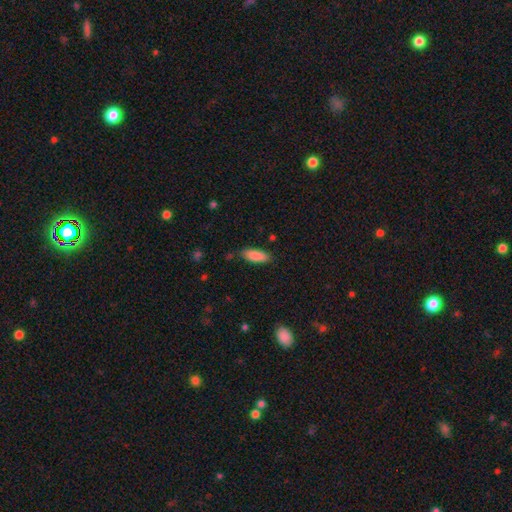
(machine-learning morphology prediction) smooth_or_featured: smooth (p=0.88) [alt: star or artifact p=0.06]
how_rounded: in between (p=0.72) [alt: cigar-shaped p=0.26]
merging: none (p=0.83) [alt: minor disturbance p=0.12]